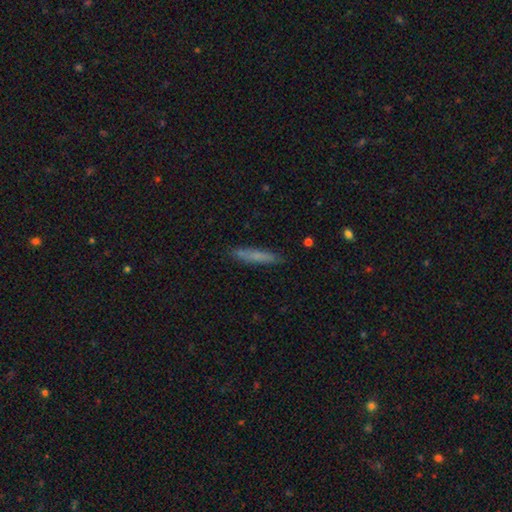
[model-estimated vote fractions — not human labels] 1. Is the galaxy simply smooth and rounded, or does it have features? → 69% smooth, 23% featured or disk, 8% star or artifact.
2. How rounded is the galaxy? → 93% cigar-shaped, 6% in between, 1% round.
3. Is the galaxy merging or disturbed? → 87% none, 10% minor disturbance, 2% major disturbance, 1% merger.